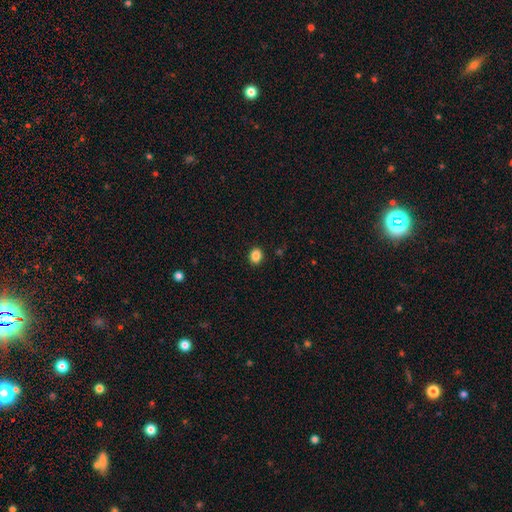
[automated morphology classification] Smooth or featured? Predicted: smooth (p=0.86). How rounded? Predicted: round (p=0.61). Merging? Predicted: none (p=0.91).